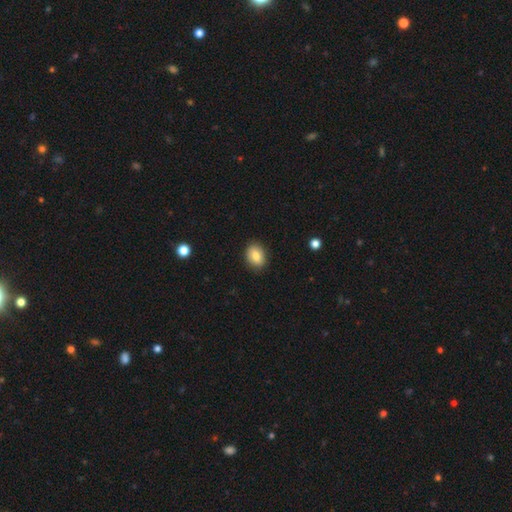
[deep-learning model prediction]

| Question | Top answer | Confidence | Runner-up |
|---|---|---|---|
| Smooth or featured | smooth | 82% | featured or disk (10%) |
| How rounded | in between | 66% | round (32%) |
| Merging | none | 88% | minor disturbance (9%) |